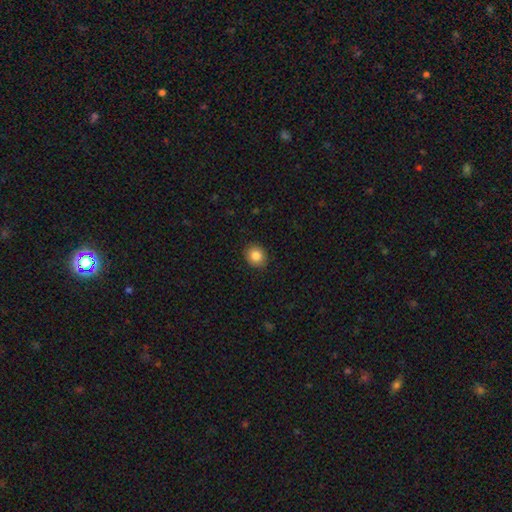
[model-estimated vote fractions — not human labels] Smooth or featured? Predicted: smooth (p=0.85). How rounded? Predicted: round (p=0.72). Merging? Predicted: none (p=0.88).